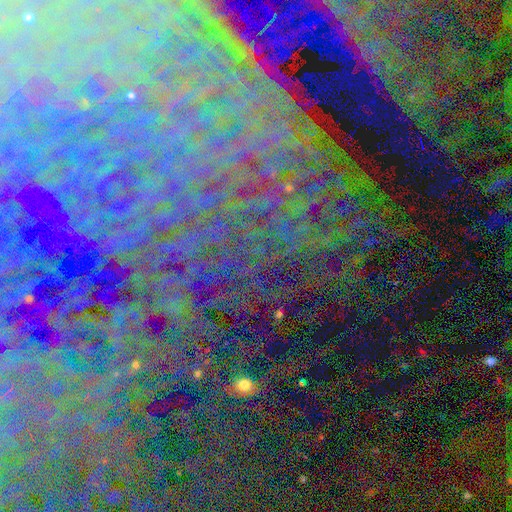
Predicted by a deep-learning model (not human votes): This appears to be a star or artifact, not a galaxy (77%).